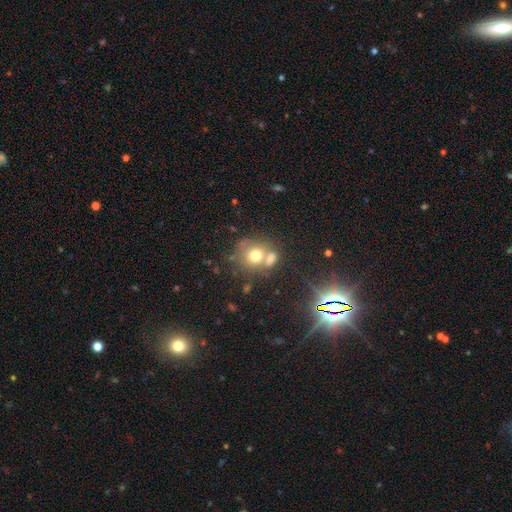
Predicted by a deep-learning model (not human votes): Smooth or featured: smooth — 68% (featured or disk — 18%)
How rounded: round — 73% (in between — 26%)
Merging: none — 41% (merger — 39%)